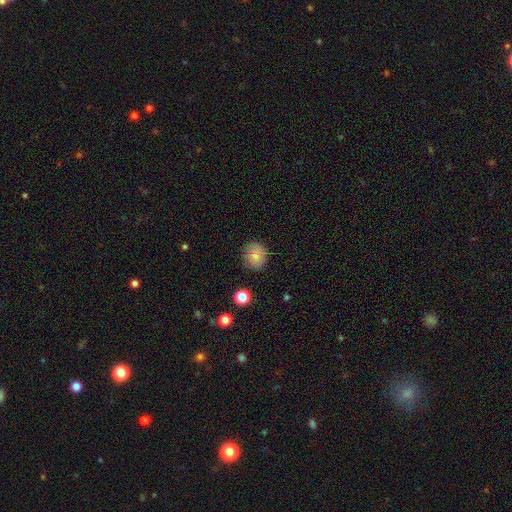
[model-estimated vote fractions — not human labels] Q: Smooth or featured?
A: smooth (78%); runner-up: featured or disk (12%)
Q: How rounded?
A: round (76%); runner-up: in between (23%)
Q: Merging?
A: none (79%); runner-up: minor disturbance (16%)